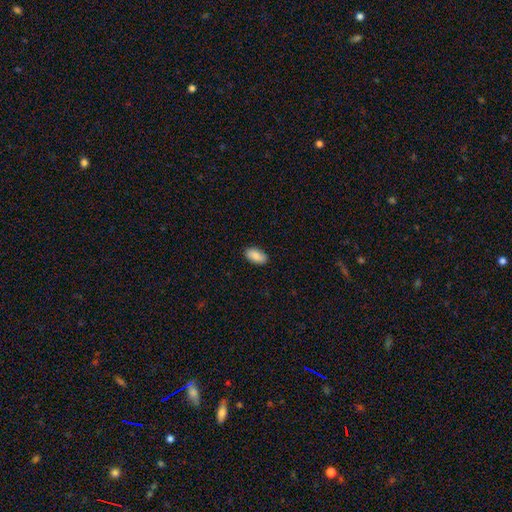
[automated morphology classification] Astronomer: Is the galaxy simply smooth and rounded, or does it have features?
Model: smooth — 86%.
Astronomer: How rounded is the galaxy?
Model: in between — 93%.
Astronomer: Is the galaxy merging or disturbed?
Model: none — 89%.